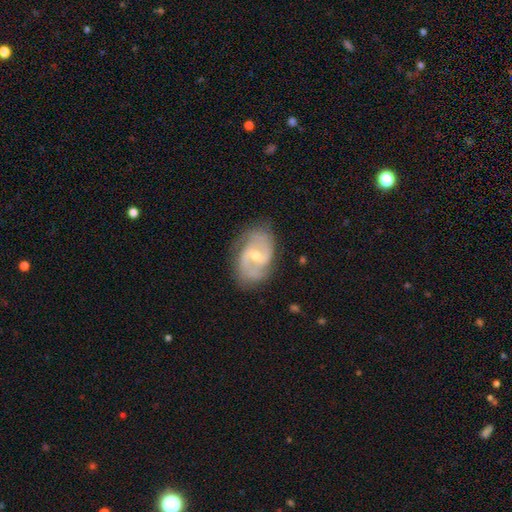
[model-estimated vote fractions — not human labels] featured or disk 85%, smooth 10%, star or artifact 5%. Down the decision tree: edge-on disk — no (97%); bar — weak (56%); spiral arms — yes (95%); spiral arm count — 2 (81%); spiral winding — medium (52%); bulge size — small (50%); merging — none (77%).